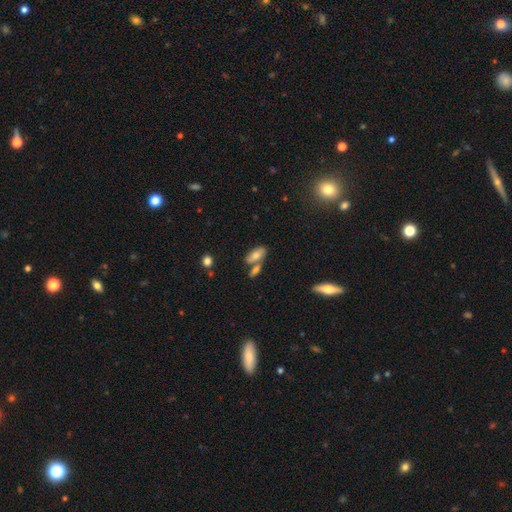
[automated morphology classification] This is likely a smooth galaxy (73%). How rounded: clearly in between (83%). Merging: possibly none (54%).